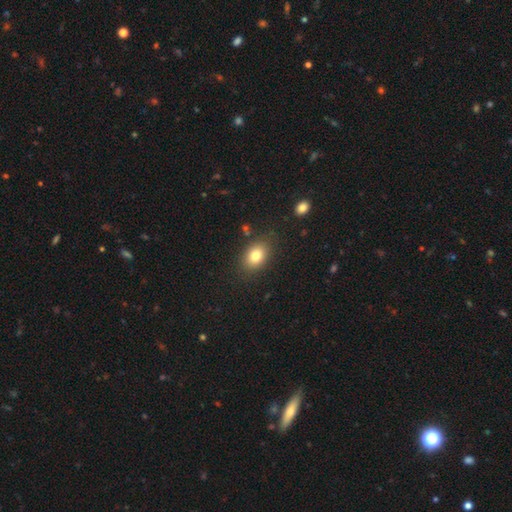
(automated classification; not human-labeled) Smooth or featured? Predicted: smooth (p=0.80). How rounded? Predicted: in between (p=0.75). Merging? Predicted: none (p=0.83).